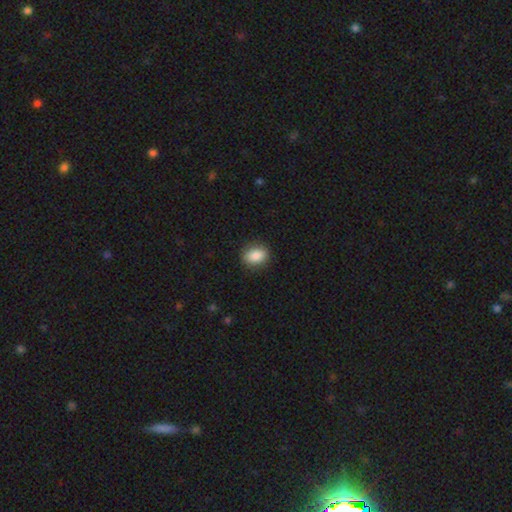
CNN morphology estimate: This appears to be a smooth galaxy with no disk features (87%) that is in between round and cigar-shaped (62%). Merging: none (88%).